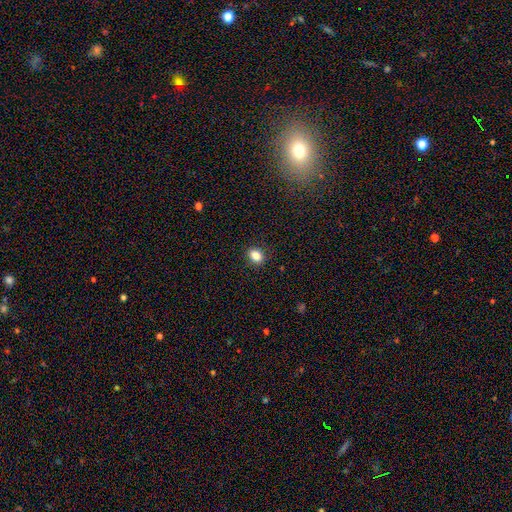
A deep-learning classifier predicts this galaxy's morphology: A smooth galaxy with no disk features (85%) that is in between round and cigar-shaped (58%).

Vote fractions:
- Smooth or featured? smooth: 85% / star or artifact: 10% / featured or disk: 5%
- How rounded? in between: 58% / round: 41% / cigar-shaped: 1%
- Merging? none: 89% / minor disturbance: 8% / major disturbance: 2% / merger: 1%